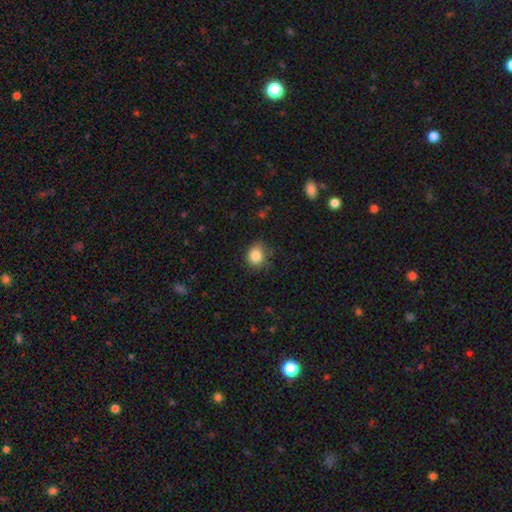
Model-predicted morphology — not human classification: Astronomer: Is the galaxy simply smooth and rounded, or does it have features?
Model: smooth — 84%.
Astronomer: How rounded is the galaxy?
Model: round — 70%.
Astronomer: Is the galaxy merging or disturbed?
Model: none — 73%.